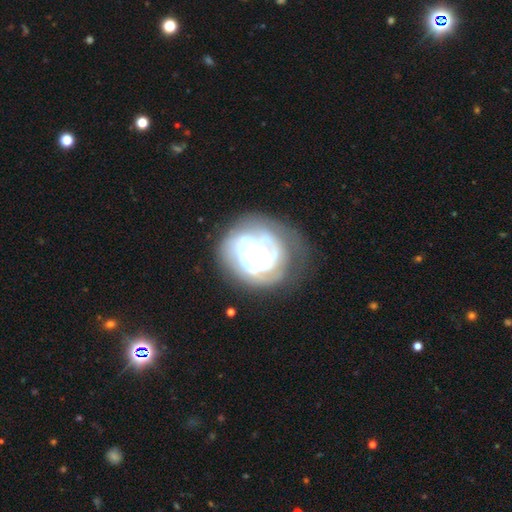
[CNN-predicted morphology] Overall: featured or disk (82%). Edge-on disk: no (97%). Bar: no (75%). Spiral arms: yes (88%). Spiral arm count: can't tell (33%; 3 24%). Spiral winding: tight (74%). Bulge size: moderate (48%; large 24%). Merging: none (60%; minor disturbance 21%).